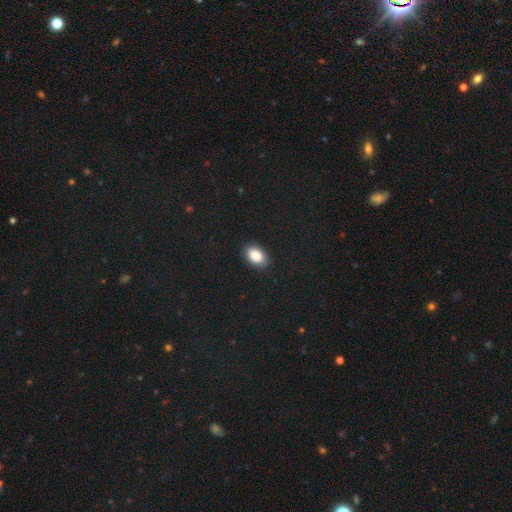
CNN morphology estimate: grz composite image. It shows a smooth galaxy with no disk features (89%) that is in between round and cigar-shaped (90%). Merging: none (88%).